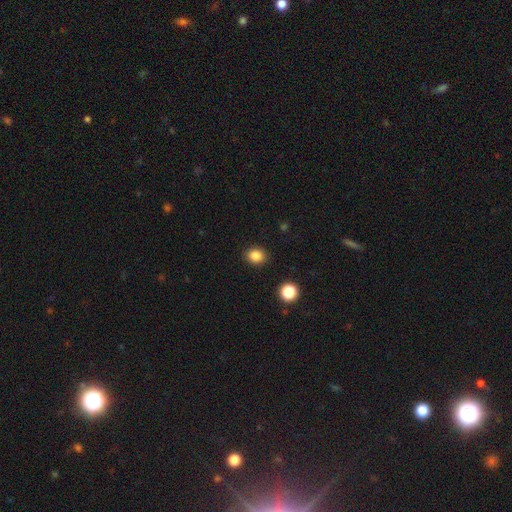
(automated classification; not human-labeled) Morphology: type=smooth (84%); roundness=round (68%); merging=none (90%).